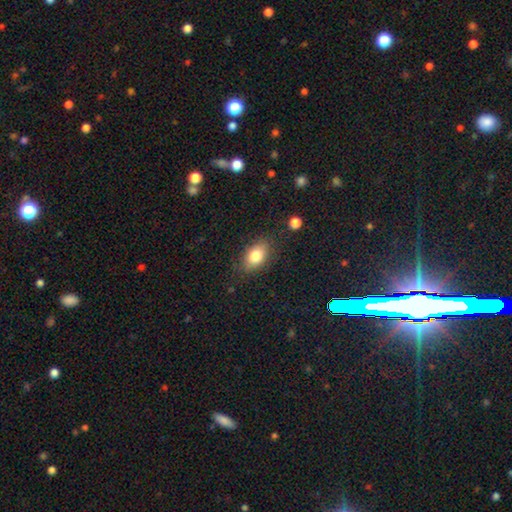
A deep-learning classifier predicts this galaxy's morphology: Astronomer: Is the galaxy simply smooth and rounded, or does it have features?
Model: smooth — 81%.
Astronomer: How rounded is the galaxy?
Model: in between — 87%.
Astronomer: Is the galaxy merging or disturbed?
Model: none — 81%.